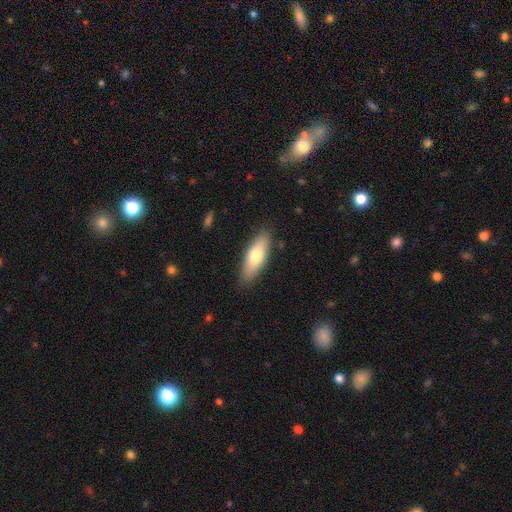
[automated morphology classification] Smooth or featured: smooth — 71% (featured or disk — 23%)
How rounded: in between — 63% (cigar-shaped — 35%)
Merging: none — 86% (minor disturbance — 10%)